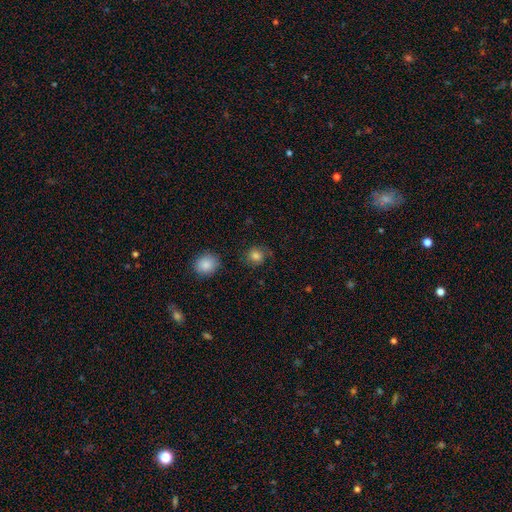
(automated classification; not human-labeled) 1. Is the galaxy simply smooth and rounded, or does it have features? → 80% smooth, 10% star or artifact, 10% featured or disk.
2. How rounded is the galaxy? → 81% round, 18% in between, 1% cigar-shaped.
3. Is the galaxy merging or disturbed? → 71% none, 18% minor disturbance, 8% major disturbance, 2% merger.